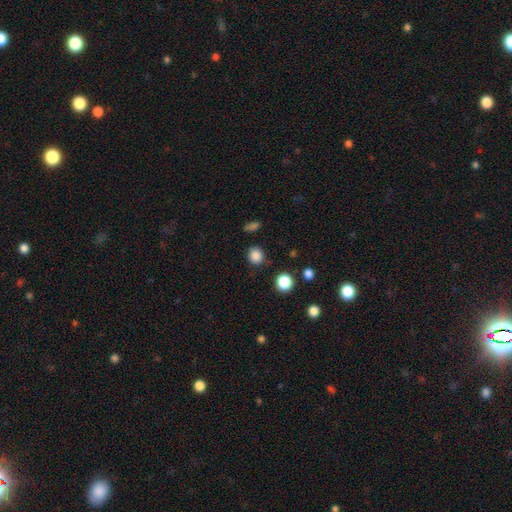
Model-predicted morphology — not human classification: smooth_or_featured: smooth (p=0.84) [alt: star or artifact p=0.12]
how_rounded: round (p=0.85) [alt: in between p=0.14]
merging: none (p=0.86) [alt: minor disturbance p=0.09]